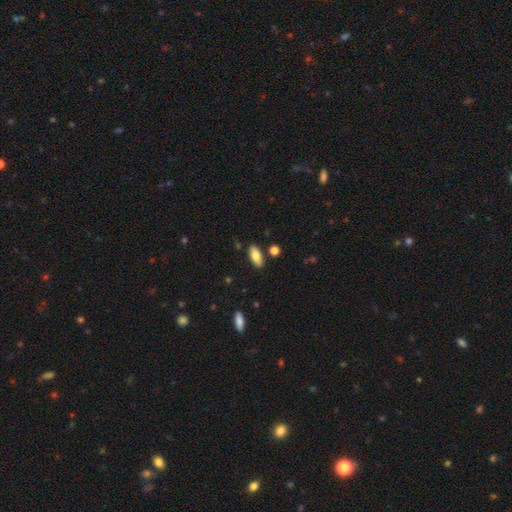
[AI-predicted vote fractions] This appears to be a smooth galaxy with no disk features (79%) that is in between round and cigar-shaped (88%). Merging: none (85%).